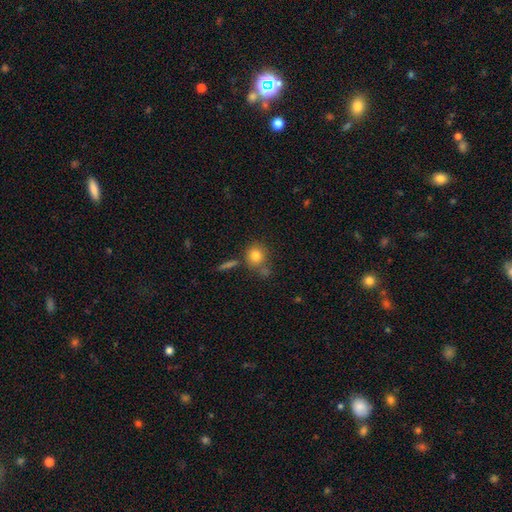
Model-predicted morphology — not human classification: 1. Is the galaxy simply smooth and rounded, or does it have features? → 80% smooth, 10% star or artifact, 10% featured or disk.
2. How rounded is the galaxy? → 82% round, 17% in between, 1% cigar-shaped.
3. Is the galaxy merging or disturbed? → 64% none, 17% merger, 14% minor disturbance, 5% major disturbance.